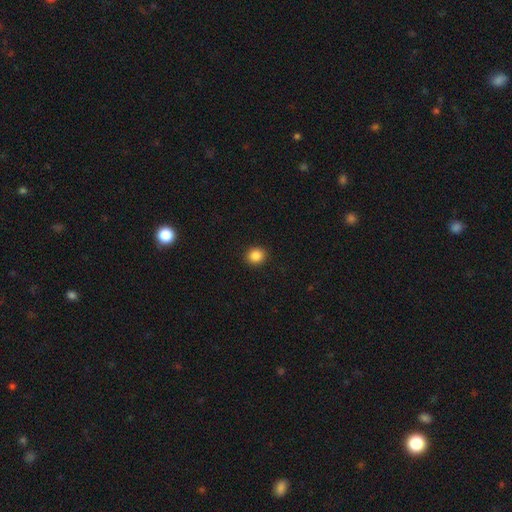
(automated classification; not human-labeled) A smooth galaxy with no disk features (86%) that is round (79%). Merging: none (92%).